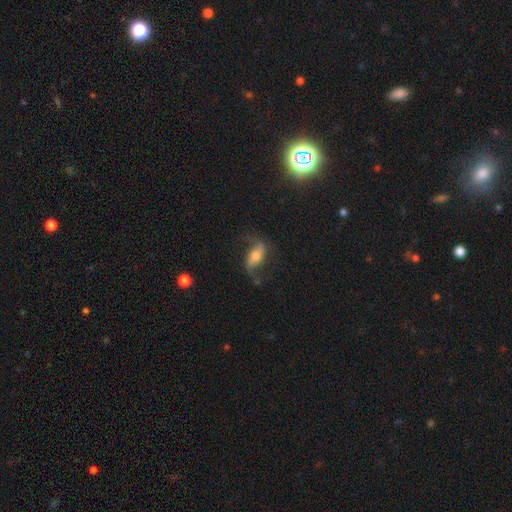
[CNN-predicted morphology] Overall: featured or disk (73%). Edge-on disk: no (91%). Bar: no (35%; weak 34%). Spiral arms: yes (92%). Spiral arm count: 2 (91%). Spiral winding: loose (80%). Bulge size: moderate (59%; small 21%). Merging: none (67%).